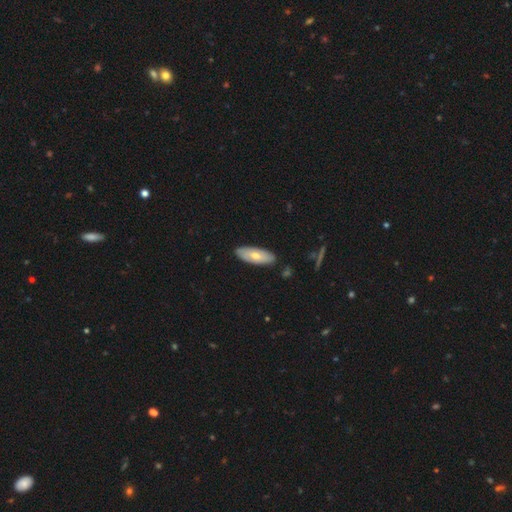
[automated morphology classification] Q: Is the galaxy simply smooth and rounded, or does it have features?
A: smooth — 61%.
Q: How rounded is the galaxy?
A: in between — 75%.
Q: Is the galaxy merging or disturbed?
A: none — 86%.